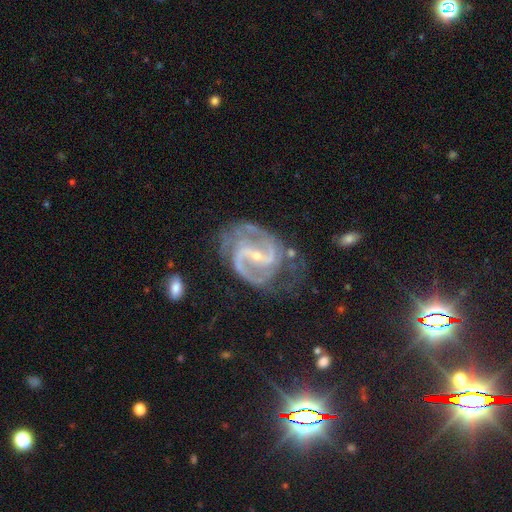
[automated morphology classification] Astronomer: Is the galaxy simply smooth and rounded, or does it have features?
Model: featured or disk — 92%.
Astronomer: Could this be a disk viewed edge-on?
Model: no — 98%.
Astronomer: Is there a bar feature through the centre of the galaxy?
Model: strong — 48% (runner-up: weak, 36%).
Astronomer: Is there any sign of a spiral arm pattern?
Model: yes — 98%.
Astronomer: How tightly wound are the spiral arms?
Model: medium — 58%.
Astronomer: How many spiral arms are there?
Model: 2 — 87%.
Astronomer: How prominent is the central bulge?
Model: small — 75%.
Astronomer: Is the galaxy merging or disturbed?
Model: none — 59%.